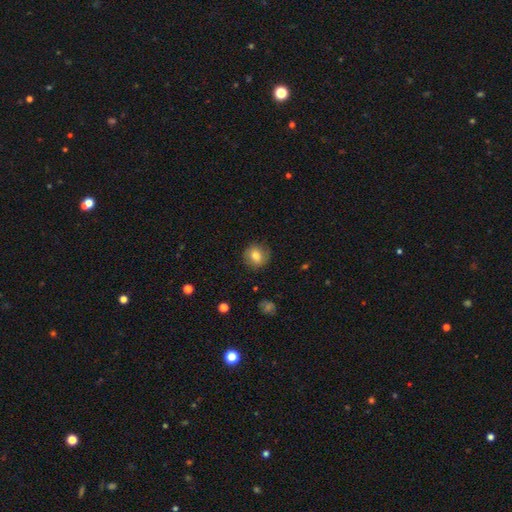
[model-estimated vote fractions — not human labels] A smooth galaxy with no disk features (75%) that is round (78%).

Vote fractions:
- Smooth or featured? smooth: 75% / featured or disk: 16% / star or artifact: 9%
- How rounded? round: 78% / in between: 21% / cigar-shaped: 1%
- Merging? none: 82% / minor disturbance: 13% / major disturbance: 4% / merger: 1%